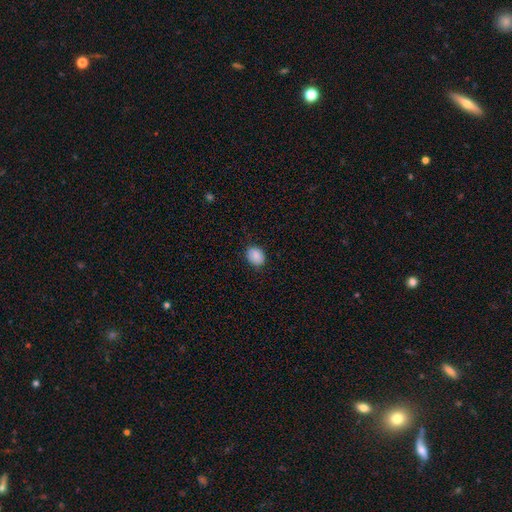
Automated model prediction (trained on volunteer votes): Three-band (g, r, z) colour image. It shows a smooth galaxy with no disk features (88%) that is in between round and cigar-shaped (62%). Merging: none (85%).